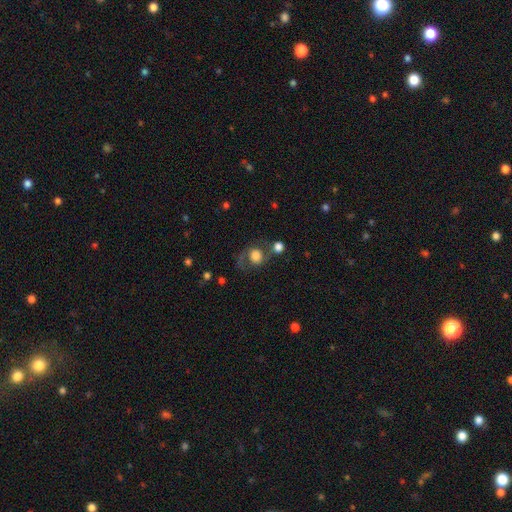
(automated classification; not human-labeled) Morphology: type=smooth (56%); roundness=round (72%); merging=none (48%).